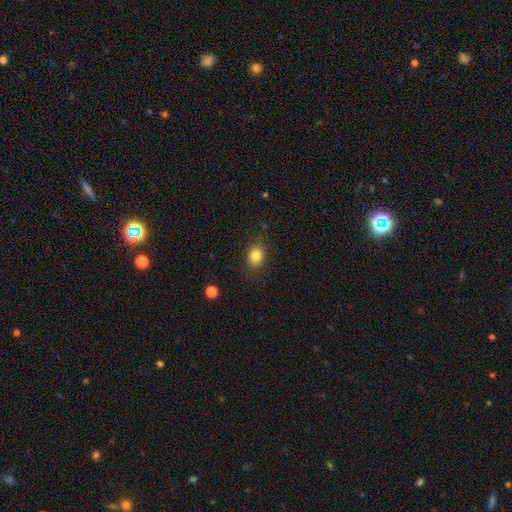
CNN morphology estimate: smooth-or-featured: smooth: 83% | star or artifact: 10% | featured or disk: 7%
  how-rounded: in between: 58% | round: 41% | cigar-shaped: 1%
  merging: none: 85% | minor disturbance: 11% | major disturbance: 3% | merger: 1%